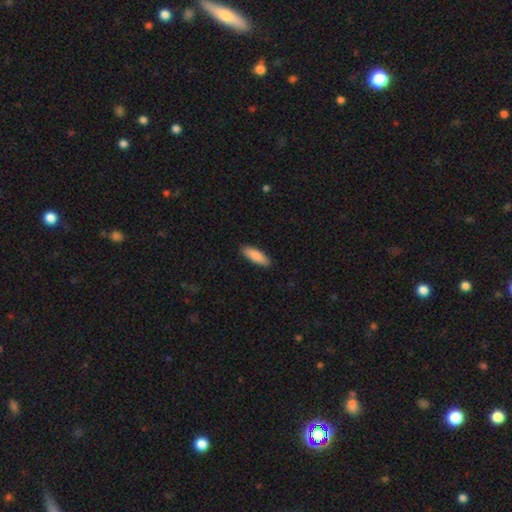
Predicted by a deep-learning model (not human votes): A smooth galaxy with no disk features (88%) that is in between round and cigar-shaped (50%). Merging: none (89%).